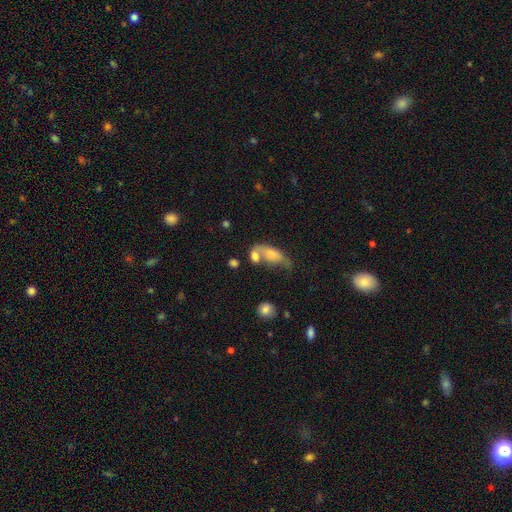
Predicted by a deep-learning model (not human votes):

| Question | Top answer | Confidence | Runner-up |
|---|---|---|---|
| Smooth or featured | smooth | 70% | featured or disk (20%) |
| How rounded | in between | 77% | round (13%) |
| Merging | merger | 48% | none (25%) |